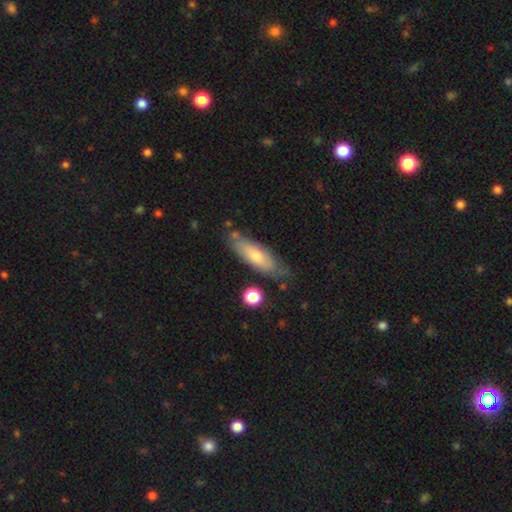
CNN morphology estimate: Smooth or featured: smooth — 60% (featured or disk — 34%)
How rounded: cigar-shaped — 50% (in between — 47%)
Merging: none — 70% (minor disturbance — 21%)